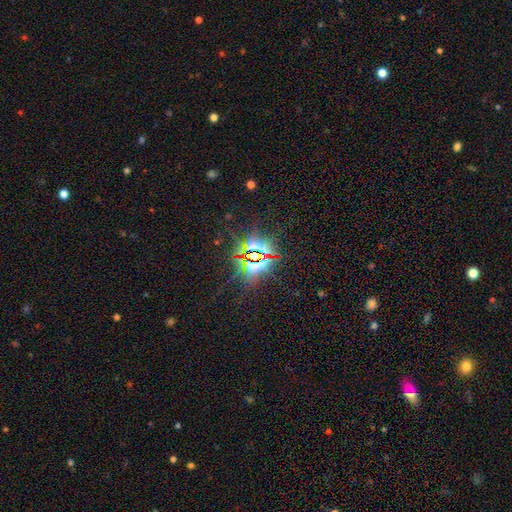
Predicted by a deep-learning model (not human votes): star or artifact 85%, smooth 8%, featured or disk 7%.